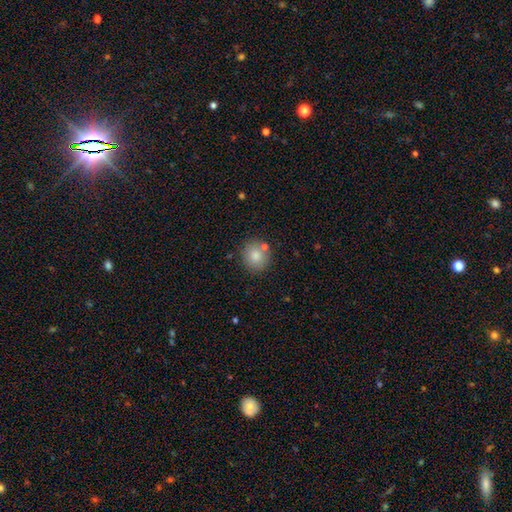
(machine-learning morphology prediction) Smooth or featured? Predicted: smooth (p=0.82). How rounded? Predicted: round (p=0.87). Merging? Predicted: none (p=0.80).